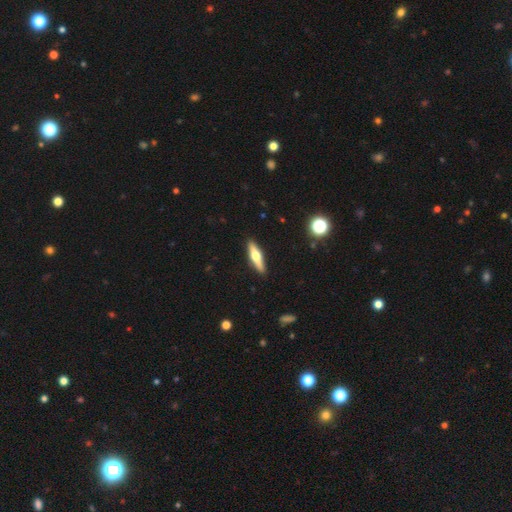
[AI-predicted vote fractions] smooth-or-featured: featured or disk: 56% | smooth: 39% | star or artifact: 6%
  disk-edge-on: yes: 95% | no: 5%
    edge-on-bulge: rounded: 94% | boxy: 4% | none: 3%
  merging: none: 90% | minor disturbance: 7% | major disturbance: 2% | merger: 1%